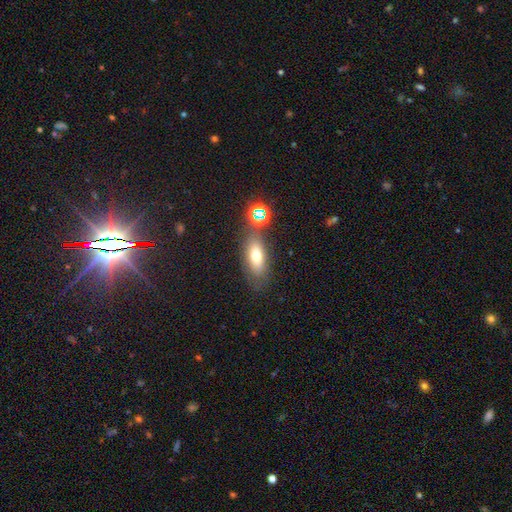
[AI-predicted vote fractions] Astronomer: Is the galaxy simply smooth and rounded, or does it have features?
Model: smooth — 67%.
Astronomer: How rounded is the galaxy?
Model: in between — 73%.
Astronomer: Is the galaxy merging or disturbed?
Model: none — 70%.